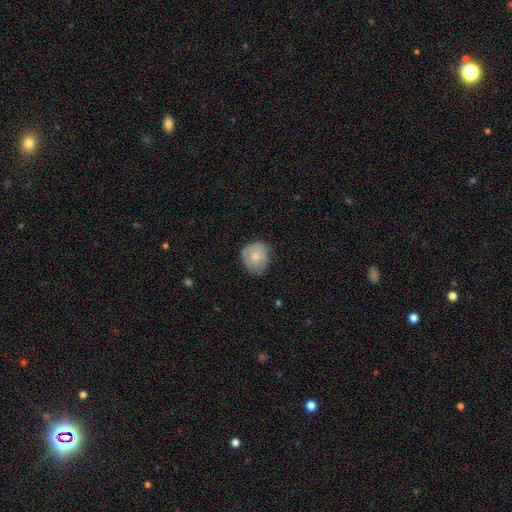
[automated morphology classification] Q: Smooth or featured?
A: smooth (61%); runner-up: featured or disk (33%)
Q: How rounded?
A: round (76%); runner-up: in between (23%)
Q: Merging?
A: none (68%); runner-up: minor disturbance (25%)